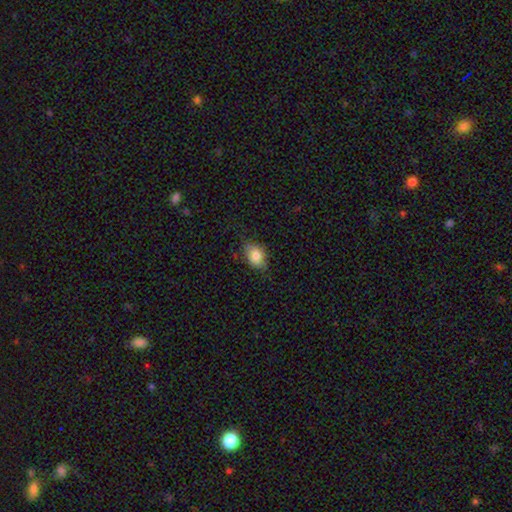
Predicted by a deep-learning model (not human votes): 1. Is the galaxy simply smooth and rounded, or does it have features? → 82% smooth, 10% featured or disk, 8% star or artifact.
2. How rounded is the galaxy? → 77% in between, 21% round, 2% cigar-shaped.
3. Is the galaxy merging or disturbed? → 69% none, 24% minor disturbance, 6% major disturbance, 1% merger.